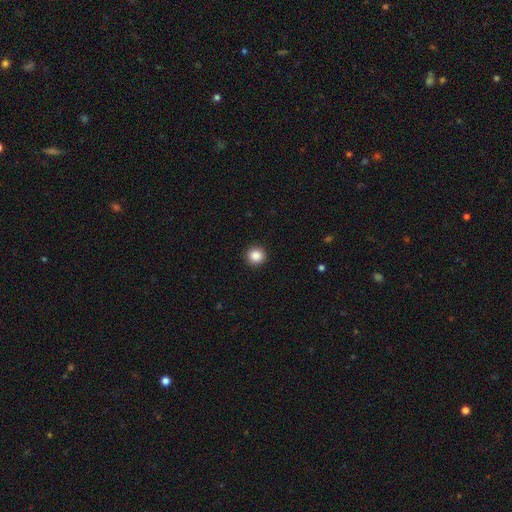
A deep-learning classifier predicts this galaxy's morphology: Overall: smooth (87%). How rounded: round (93%). Merging: none (92%).